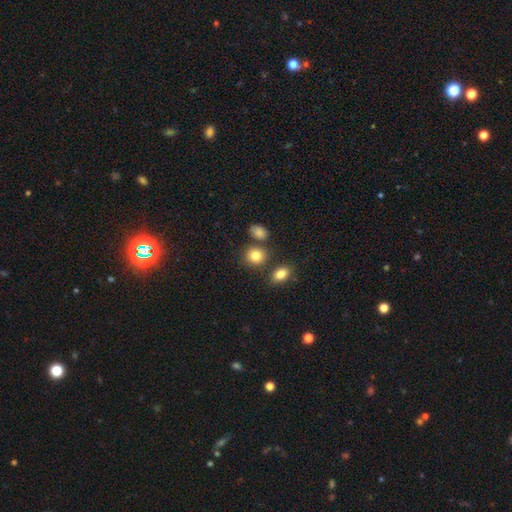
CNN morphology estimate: Smooth or featured?
  - smooth: 83% *
  - star or artifact: 10%
  - featured or disk: 7%
How rounded?
  - round: 71% *
  - in between: 28%
  - cigar-shaped: 1%
Merging?
  - none: 72% *
  - merger: 13%
  - minor disturbance: 11%
  - major disturbance: 4%